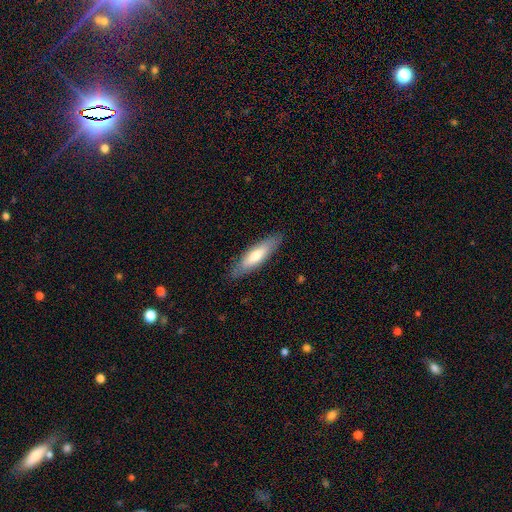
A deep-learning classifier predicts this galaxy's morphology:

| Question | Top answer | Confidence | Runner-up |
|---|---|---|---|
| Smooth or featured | smooth | 66% | featured or disk (29%) |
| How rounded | cigar-shaped | 62% | in between (36%) |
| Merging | none | 85% | minor disturbance (11%) |